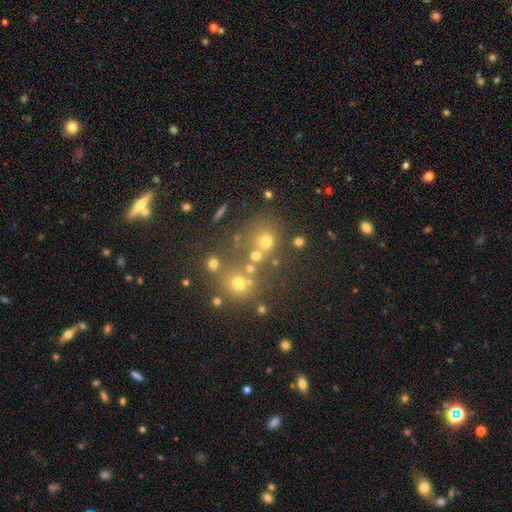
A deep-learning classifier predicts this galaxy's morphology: Q: Smooth or featured?
A: smooth (65%); runner-up: star or artifact (23%)
Q: How rounded?
A: round (82%); runner-up: in between (16%)
Q: Merging?
A: none (61%); runner-up: merger (22%)